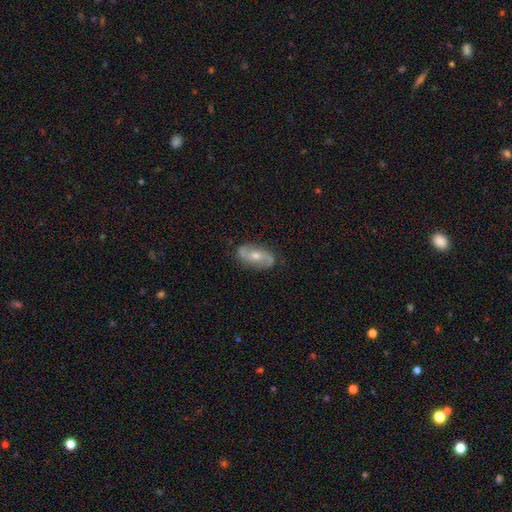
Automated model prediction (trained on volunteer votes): The model was most divided on "spiral winding" (2-way tie): loose: 40%, medium: 40%, tight: 21%. More confident: edge-on disk — no (94%); spiral arms — yes (92%); spiral arm count — 2 (90%); merging — none (83%); smooth or featured — featured or disk (77%); bulge size — moderate (57%); bar — no (54%).